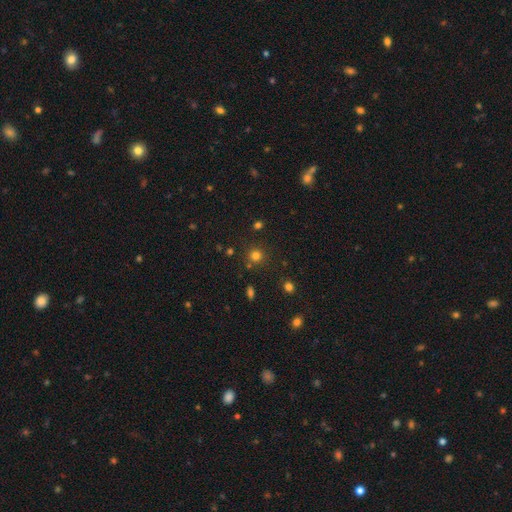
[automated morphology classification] smooth 76%, star or artifact 18%, featured or disk 5%. Down the decision tree: how rounded — round (92%); merging — none (82%).